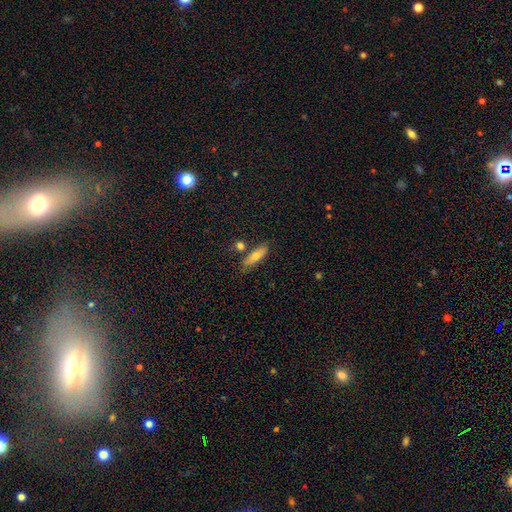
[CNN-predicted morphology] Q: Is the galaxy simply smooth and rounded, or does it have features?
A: smooth — 67%.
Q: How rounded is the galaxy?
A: cigar-shaped — 52%.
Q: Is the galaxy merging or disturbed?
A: none — 74%.